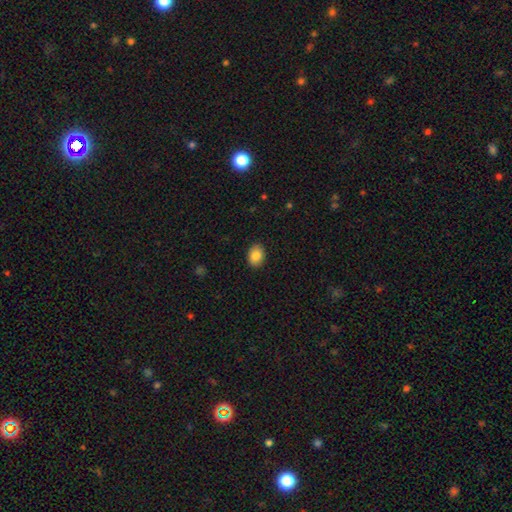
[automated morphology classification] The model was most divided on "how rounded": in between: 71%, round: 28%, cigar-shaped: 1%. More confident: merging — none (89%); smooth or featured — smooth (86%).